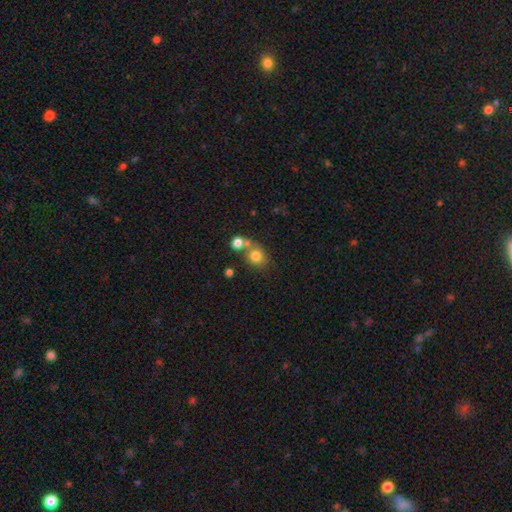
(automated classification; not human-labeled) Smooth or featured: smooth — 78% (star or artifact — 12%)
How rounded: round — 78% (in between — 21%)
Merging: none — 51% (merger — 34%)